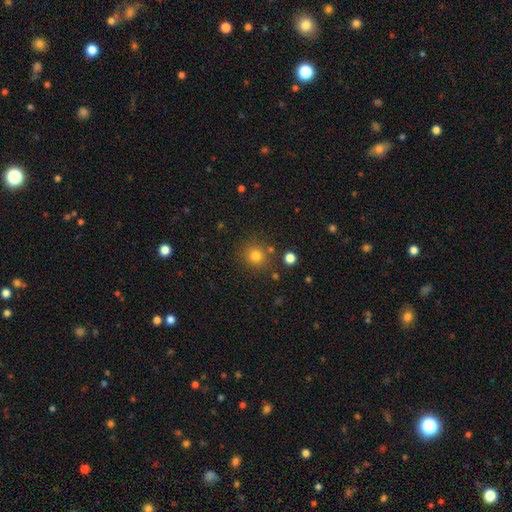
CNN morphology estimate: smooth 80%, star or artifact 14%, featured or disk 7%. Down the decision tree: how rounded — round (88%); merging — none (81%).